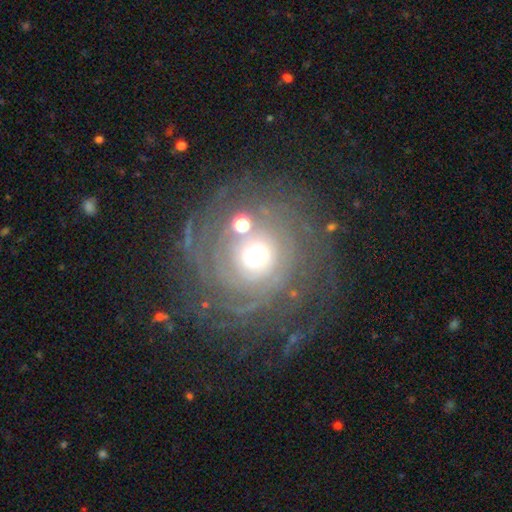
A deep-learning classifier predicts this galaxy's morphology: Smooth or featured: featured or disk — 79% (smooth — 11%)
Edge-on disk: no — 97% (yes — 3%)
Bar: no — 84% (weak — 11%)
Spiral arms: yes — 90% (no — 10%)
Spiral winding: tight — 79% (medium — 16%)
Spiral arm count: can't tell — 34% (more than 4 — 22%)
Bulge size: moderate — 58% (small — 25%)
Merging: none — 71% (minor disturbance — 14%)